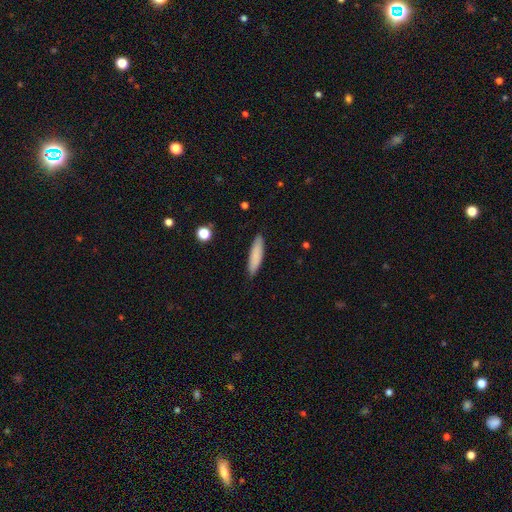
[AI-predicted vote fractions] This is clearly a smooth galaxy (82%). How rounded: likely cigar-shaped (73%). Merging: clearly none (86%).